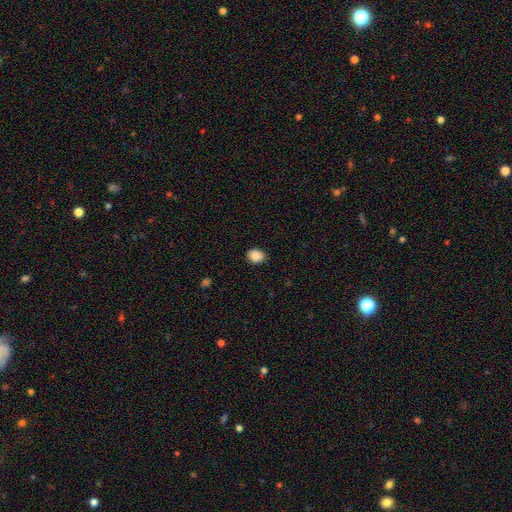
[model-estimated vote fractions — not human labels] This is clearly a smooth galaxy (88%). How rounded: possibly round (52%). Merging: clearly none (87%).